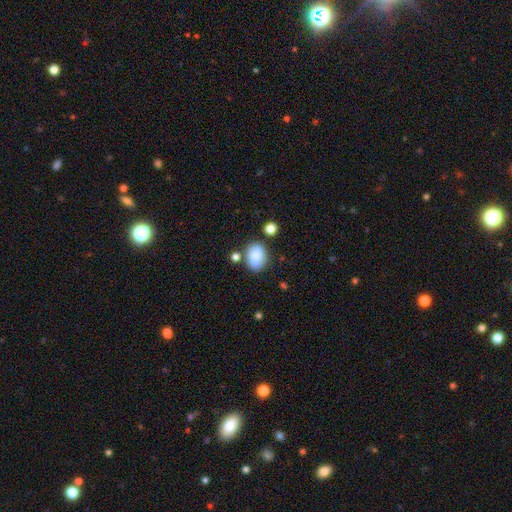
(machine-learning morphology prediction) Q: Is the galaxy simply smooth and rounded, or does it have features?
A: smooth — 83%.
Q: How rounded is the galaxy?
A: in between — 71%.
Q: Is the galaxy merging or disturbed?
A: none — 72%.